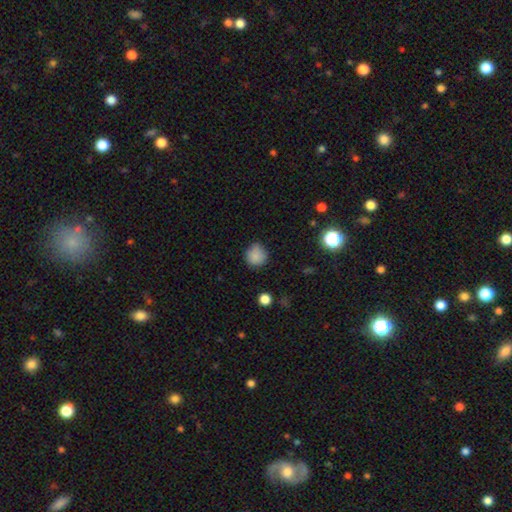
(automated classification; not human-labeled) Smooth or featured?
  - smooth: 83% *
  - star or artifact: 11%
  - featured or disk: 6%
How rounded?
  - round: 89% *
  - in between: 10%
  - cigar-shaped: 1%
Merging?
  - none: 73% *
  - minor disturbance: 20%
  - major disturbance: 4%
  - merger: 2%